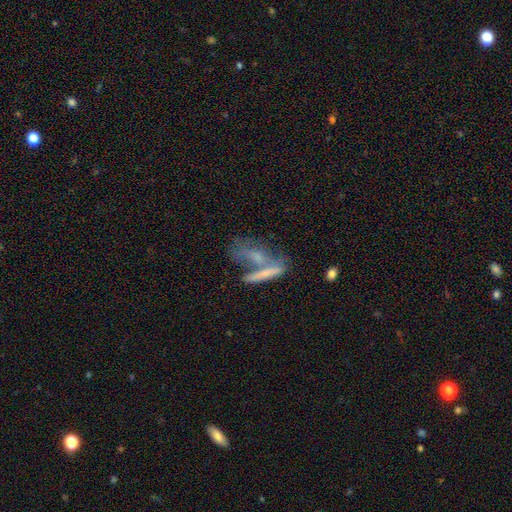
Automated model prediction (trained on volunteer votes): A smooth galaxy with no disk features (51%) that is cigar-shaped (59%).

Vote fractions:
- Smooth or featured? smooth: 51% / featured or disk: 39% / star or artifact: 10%
- How rounded? cigar-shaped: 59% / in between: 34% / round: 7%
- Merging? merger: 49% / none: 30% / minor disturbance: 11% / major disturbance: 11%